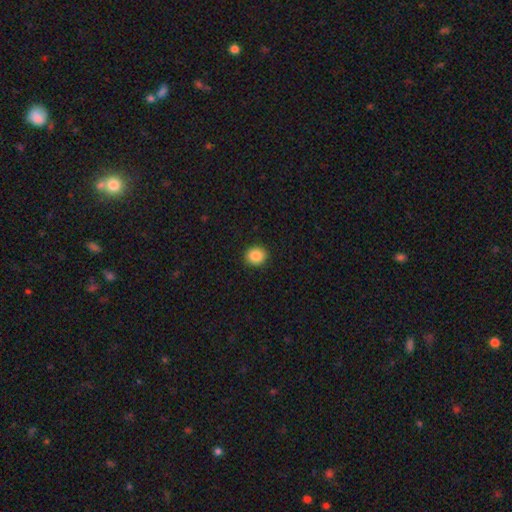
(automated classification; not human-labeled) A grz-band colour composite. It shows a smooth galaxy with no disk features (86%) that is round (82%). Merging: none (92%).